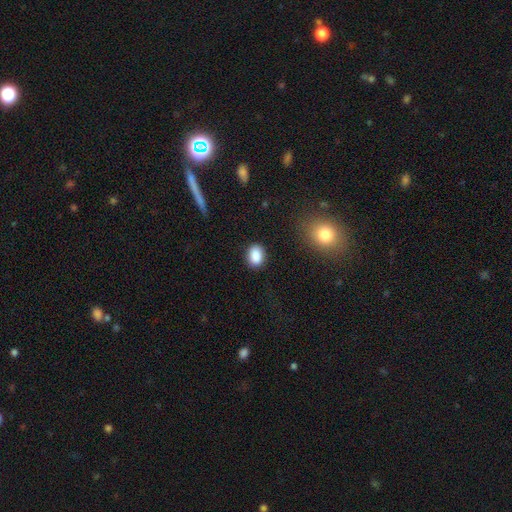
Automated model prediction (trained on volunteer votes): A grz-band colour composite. It shows a smooth galaxy with no disk features (88%) that is in between round and cigar-shaped (68%). Merging: none (85%).